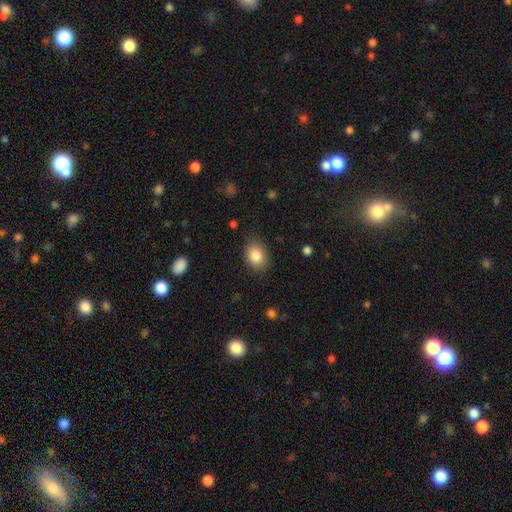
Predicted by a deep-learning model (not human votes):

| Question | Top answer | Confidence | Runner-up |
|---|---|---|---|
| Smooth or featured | smooth | 86% | star or artifact (8%) |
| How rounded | in between | 63% | round (36%) |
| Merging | none | 83% | minor disturbance (12%) |